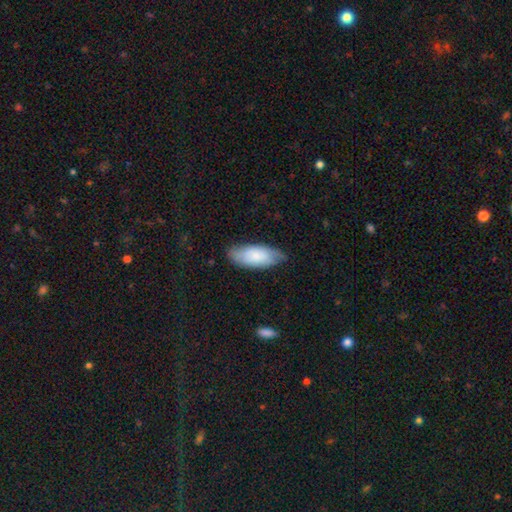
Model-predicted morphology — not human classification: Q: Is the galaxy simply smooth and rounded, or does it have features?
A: smooth — 74%.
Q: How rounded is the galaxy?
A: in between — 85%.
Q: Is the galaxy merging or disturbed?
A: none — 76%.